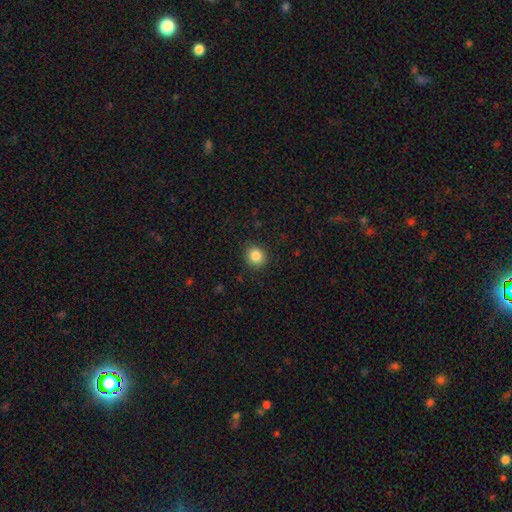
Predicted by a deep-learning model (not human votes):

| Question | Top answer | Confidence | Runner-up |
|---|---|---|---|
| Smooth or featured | smooth | 85% | star or artifact (10%) |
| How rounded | round | 83% | in between (16%) |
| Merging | none | 88% | minor disturbance (8%) |